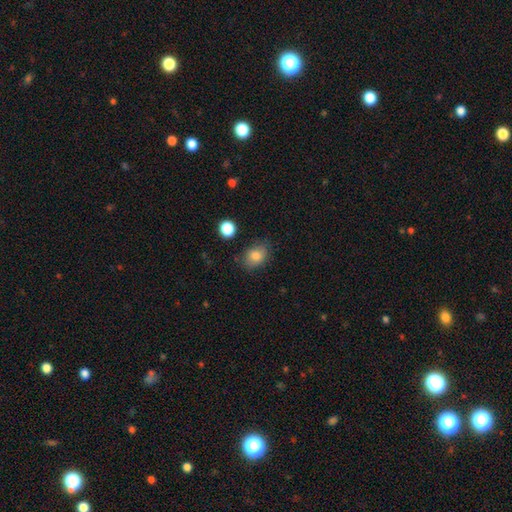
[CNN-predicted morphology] This is clearly a smooth galaxy (82%). How rounded: likely in between (70%). Merging: likely none (75%).